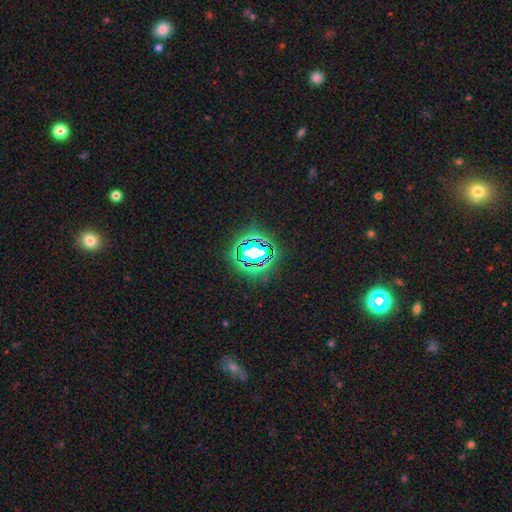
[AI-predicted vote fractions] A star or artifact, not a galaxy (69%).

Vote fractions:
- Smooth or featured? star or artifact: 69% / smooth: 18% / featured or disk: 13%